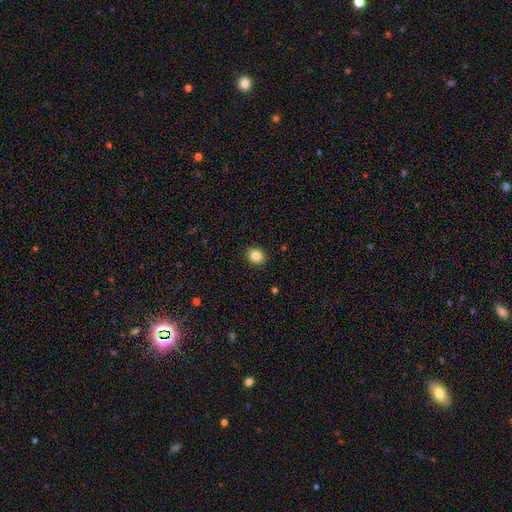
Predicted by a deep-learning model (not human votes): Smooth or featured? smooth (85%)
How rounded? round (69%)
Merging? none (90%)